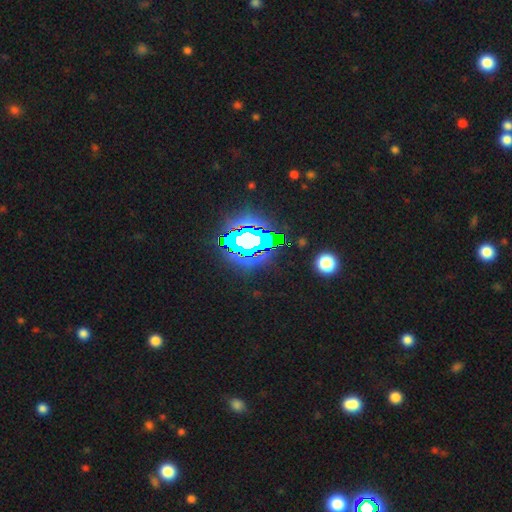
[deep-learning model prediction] Smooth or featured?
  - star or artifact: 77% *
  - smooth: 12%
  - featured or disk: 11%